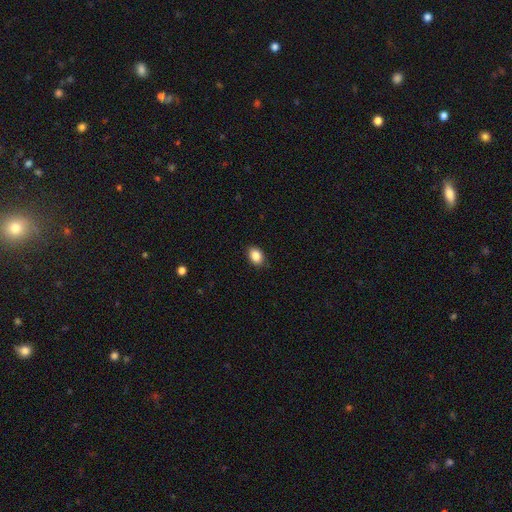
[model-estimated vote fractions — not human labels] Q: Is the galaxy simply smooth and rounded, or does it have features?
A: smooth — 87%.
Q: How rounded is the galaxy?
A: in between — 77%.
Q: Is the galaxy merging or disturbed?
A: none — 86%.